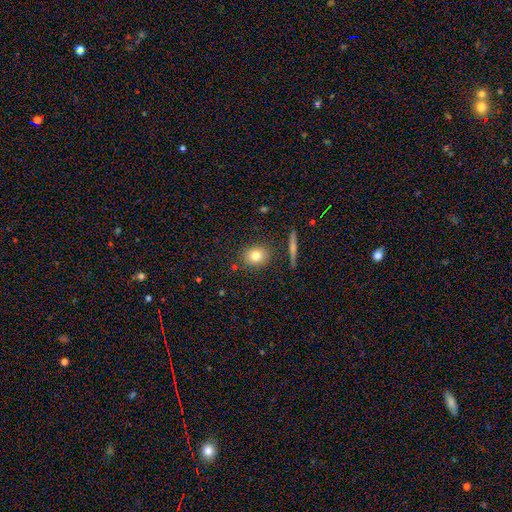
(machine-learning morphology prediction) A smooth galaxy with no disk features (79%) that is round (63%).

Vote fractions:
- Smooth or featured? smooth: 79% / featured or disk: 11% / star or artifact: 10%
- How rounded? round: 63% / in between: 35% / cigar-shaped: 2%
- Merging? none: 84% / minor disturbance: 9% / merger: 4% / major disturbance: 3%